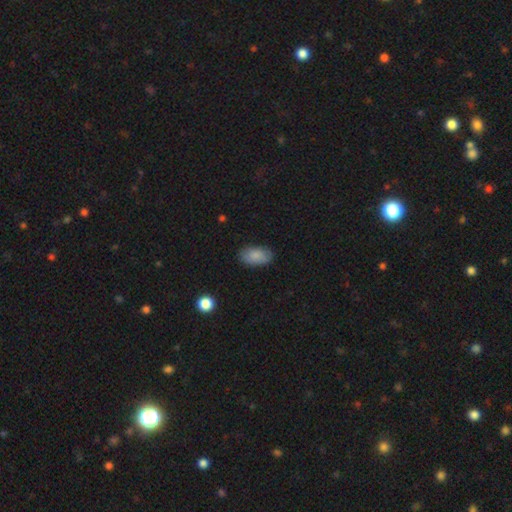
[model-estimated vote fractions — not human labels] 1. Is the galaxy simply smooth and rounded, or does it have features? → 86% smooth, 7% featured or disk, 7% star or artifact.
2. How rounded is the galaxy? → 94% in between, 4% round, 2% cigar-shaped.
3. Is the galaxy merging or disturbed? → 82% none, 14% minor disturbance, 3% major disturbance, 1% merger.